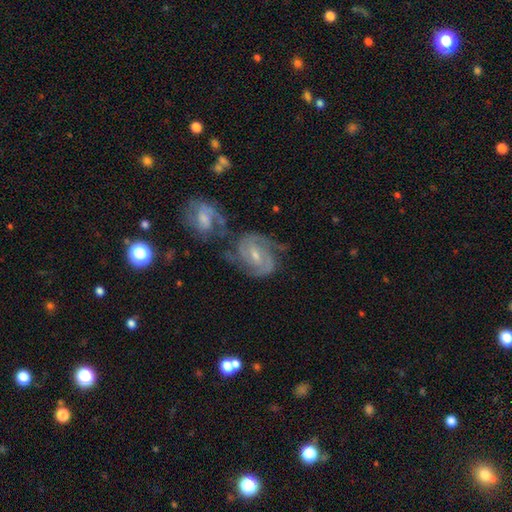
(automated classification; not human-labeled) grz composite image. It shows a featured or disk galaxy (86%) with a weak bar (54%), 2 (61%) tight (47%) spiral arms (96%) and a small central bulge (57%). Merging: none (51%).